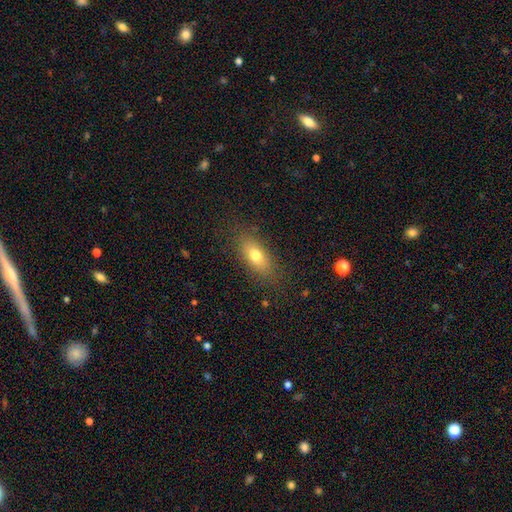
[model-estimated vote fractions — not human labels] A smooth galaxy with no disk features (74%) that is in between round and cigar-shaped (80%).

Vote fractions:
- Smooth or featured? smooth: 74% / featured or disk: 17% / star or artifact: 9%
- How rounded? in between: 80% / cigar-shaped: 14% / round: 6%
- Merging? none: 83% / minor disturbance: 11% / major disturbance: 4% / merger: 1%